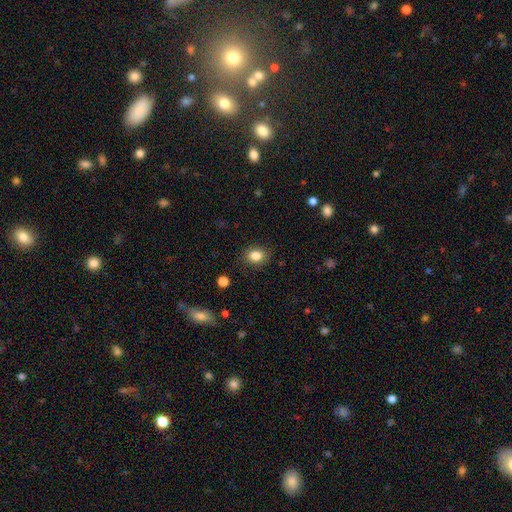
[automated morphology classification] Smooth or featured?
  - smooth: 85% *
  - star or artifact: 10%
  - featured or disk: 6%
How rounded?
  - round: 51% *
  - in between: 48%
  - cigar-shaped: 1%
Merging?
  - none: 86% *
  - minor disturbance: 10%
  - major disturbance: 3%
  - merger: 1%